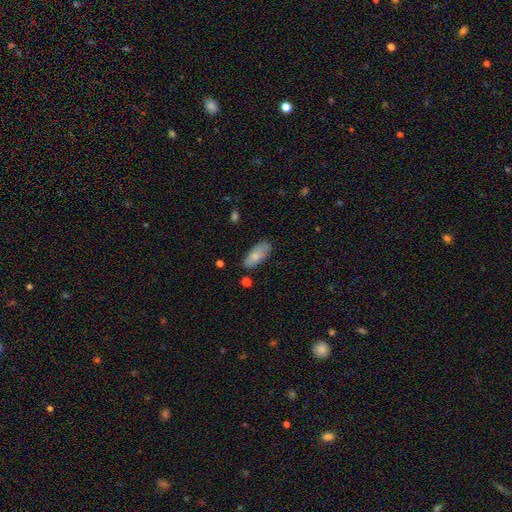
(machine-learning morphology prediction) This appears to be a smooth galaxy with no disk features (78%) that is in between round and cigar-shaped (86%). Merging: none (71%).